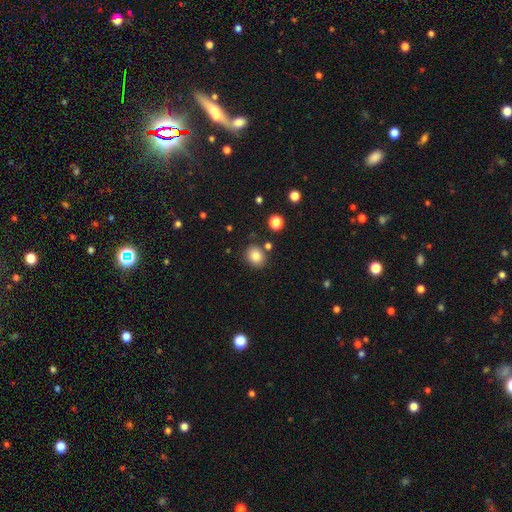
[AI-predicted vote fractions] This appears to be a smooth galaxy with no disk features (83%) that is round (65%). Merging: none (82%).